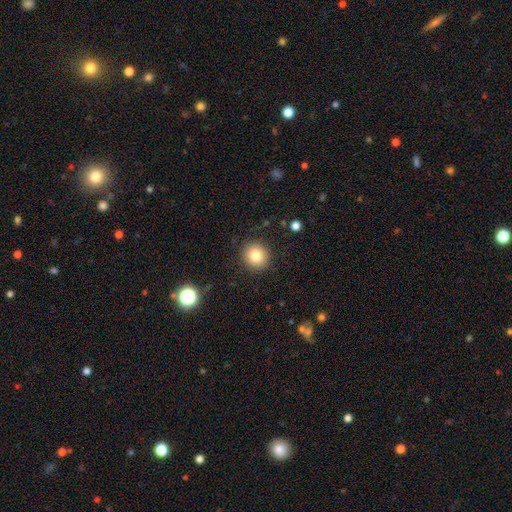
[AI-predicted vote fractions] A smooth galaxy with no disk features (82%) that is round (90%).

Vote fractions:
- Smooth or featured? smooth: 82% / star or artifact: 11% / featured or disk: 8%
- How rounded? round: 90% / in between: 9% / cigar-shaped: 1%
- Merging? none: 89% / minor disturbance: 7% / major disturbance: 2% / merger: 1%